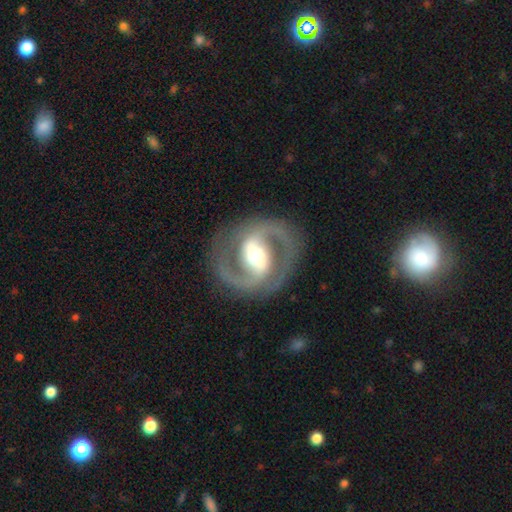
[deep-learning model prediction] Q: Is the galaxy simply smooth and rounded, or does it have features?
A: featured or disk — 89%.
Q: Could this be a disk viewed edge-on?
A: no — 97%.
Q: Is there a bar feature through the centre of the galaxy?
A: strong — 54%.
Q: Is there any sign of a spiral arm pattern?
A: yes — 93%.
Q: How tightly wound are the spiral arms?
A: medium — 58%.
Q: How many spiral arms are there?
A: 2 — 93%.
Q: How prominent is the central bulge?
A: moderate — 64%.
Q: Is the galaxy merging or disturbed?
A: none — 85%.